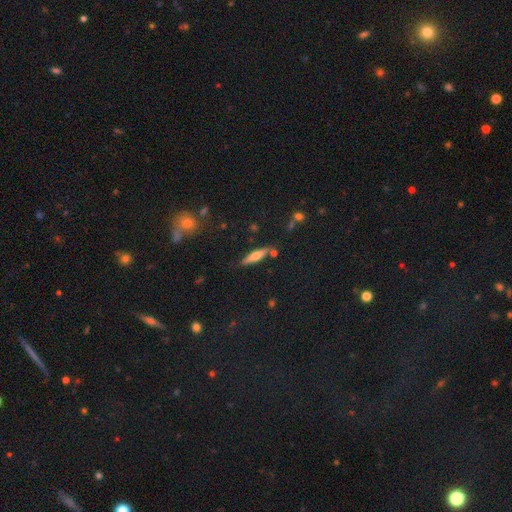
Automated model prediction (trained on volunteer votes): Smooth or featured: smooth — 51% (featured or disk — 41%)
How rounded: cigar-shaped — 77% (in between — 21%)
Merging: none — 81% (minor disturbance — 11%)